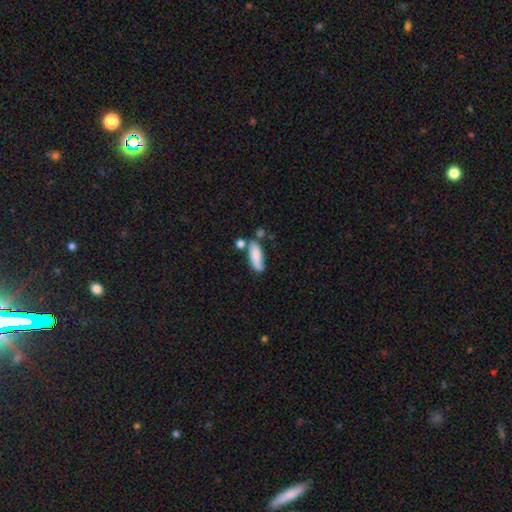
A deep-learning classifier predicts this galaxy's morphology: Overall: smooth (74%). How rounded: in between (60%; cigar-shaped 37%). Merging: none (51%; minor disturbance 22%).